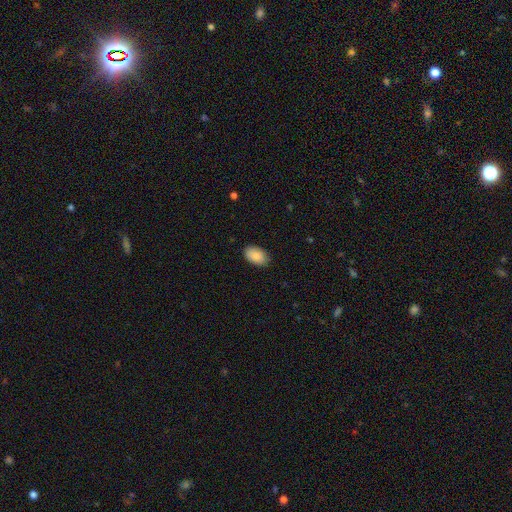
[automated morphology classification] Overall: smooth (88%). How rounded: in between (93%). Merging: none (87%).